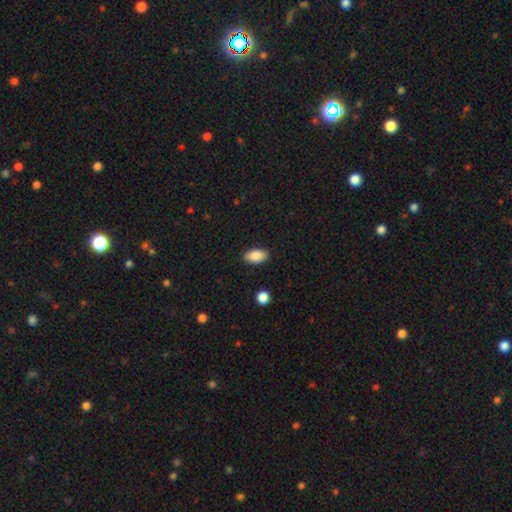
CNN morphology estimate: Smooth or featured? smooth (88%)
How rounded? in between (93%)
Merging? none (89%)